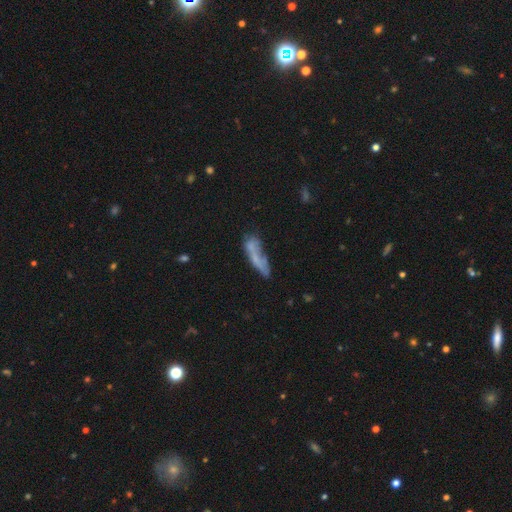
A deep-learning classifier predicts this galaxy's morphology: A smooth galaxy with no disk features (57%) that is cigar-shaped (74%).

Vote fractions:
- Smooth or featured? smooth: 57% / featured or disk: 32% / star or artifact: 11%
- How rounded? cigar-shaped: 74% / in between: 24% / round: 3%
- Merging? none: 43% / minor disturbance: 21% / merger: 20% / major disturbance: 16%